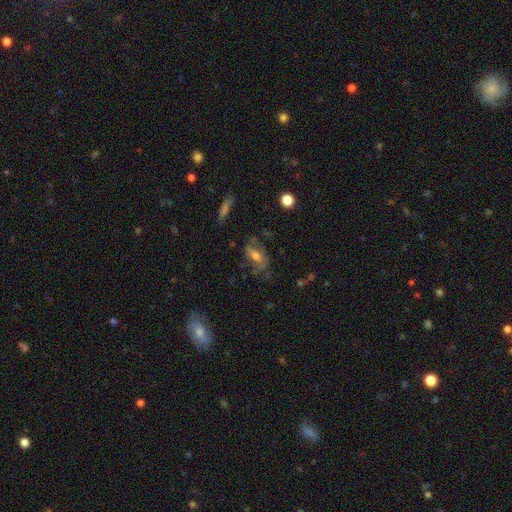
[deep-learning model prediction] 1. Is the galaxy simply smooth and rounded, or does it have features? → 46% featured or disk, 43% smooth, 11% star or artifact.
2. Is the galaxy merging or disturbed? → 57% none, 23% minor disturbance, 17% major disturbance, 3% merger.